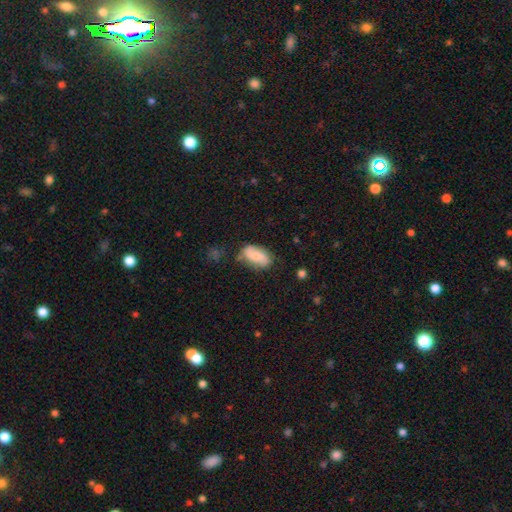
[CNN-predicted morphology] Q: Smooth or featured?
A: smooth (58%); runner-up: featured or disk (34%)
Q: How rounded?
A: in between (91%); runner-up: round (5%)
Q: Merging?
A: none (61%); runner-up: minor disturbance (26%)